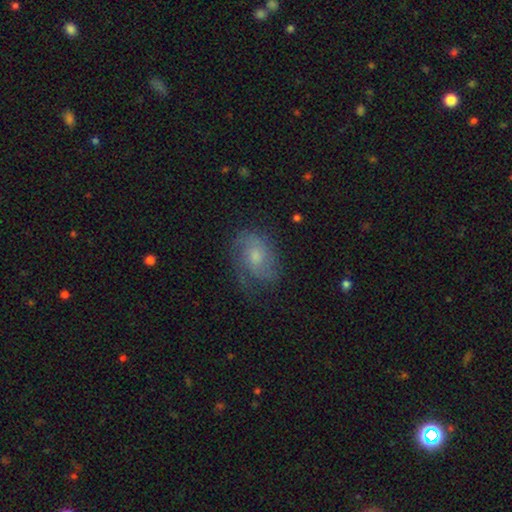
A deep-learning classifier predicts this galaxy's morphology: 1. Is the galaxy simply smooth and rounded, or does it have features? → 62% featured or disk, 28% smooth, 10% star or artifact.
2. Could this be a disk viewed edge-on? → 96% no, 4% yes.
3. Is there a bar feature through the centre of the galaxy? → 71% no, 25% weak, 3% strong.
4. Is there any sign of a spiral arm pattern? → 87% yes, 13% no.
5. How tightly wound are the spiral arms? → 42% medium, 38% tight, 20% loose.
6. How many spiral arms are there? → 46% 2, 28% can't tell, 10% 3, 10% 1, 3% 4, 3% more than 4.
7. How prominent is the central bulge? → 49% moderate, 42% small, 4% large, 4% none, 1% dominant.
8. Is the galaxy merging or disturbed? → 66% none, 22% minor disturbance, 11% major disturbance, 1% merger.